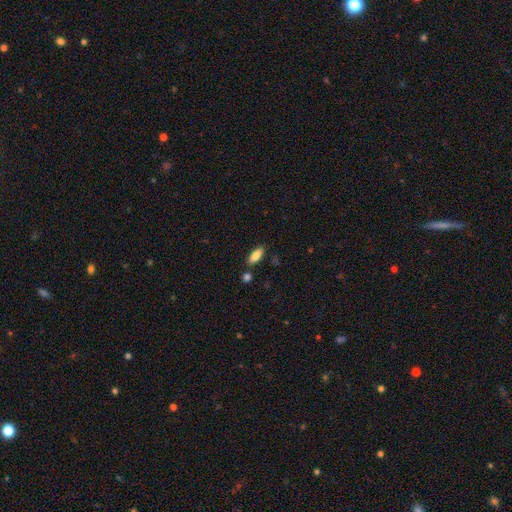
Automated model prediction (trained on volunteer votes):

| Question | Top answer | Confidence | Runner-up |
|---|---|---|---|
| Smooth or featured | smooth | 84% | featured or disk (9%) |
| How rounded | in between | 76% | cigar-shaped (22%) |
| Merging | none | 81% | minor disturbance (11%) |